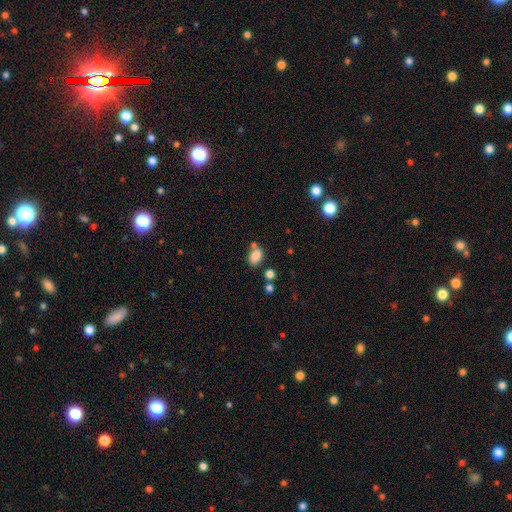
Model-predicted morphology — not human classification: smooth-or-featured: smooth: 83% | star or artifact: 11% | featured or disk: 6%
  how-rounded: in between: 80% | round: 19% | cigar-shaped: 1%
  merging: none: 61% | merger: 18% | minor disturbance: 16% | major disturbance: 5%